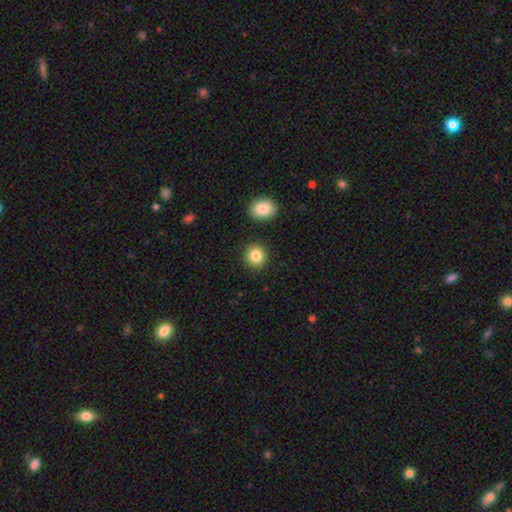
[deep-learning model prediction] smooth_or_featured: smooth (p=0.85) [alt: star or artifact p=0.09]
how_rounded: round (p=0.88) [alt: in between p=0.11]
merging: none (p=0.88) [alt: minor disturbance p=0.06]